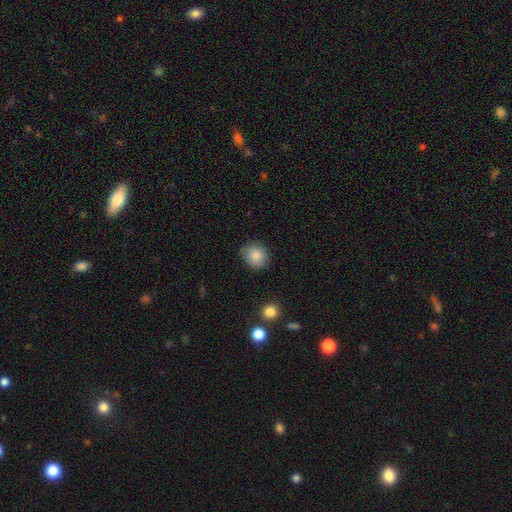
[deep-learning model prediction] Smooth or featured?
  - smooth: 86% *
  - star or artifact: 8%
  - featured or disk: 6%
How rounded?
  - round: 76% *
  - in between: 23%
  - cigar-shaped: 1%
Merging?
  - none: 79% *
  - minor disturbance: 16%
  - major disturbance: 3%
  - merger: 2%